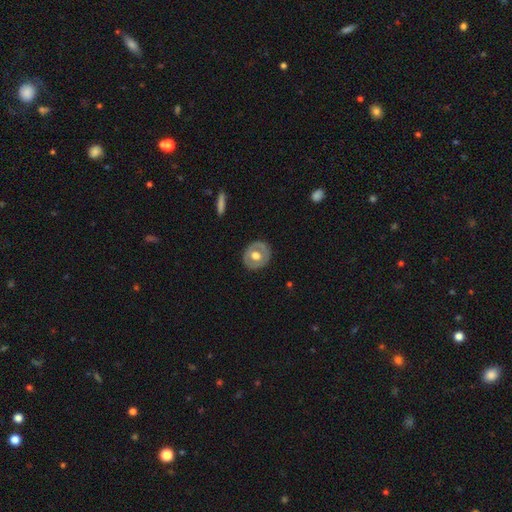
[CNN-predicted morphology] This is possibly a featured or disk galaxy (51%). It is clearly not viewed edge-on (94%). Merging: clearly none (84%).